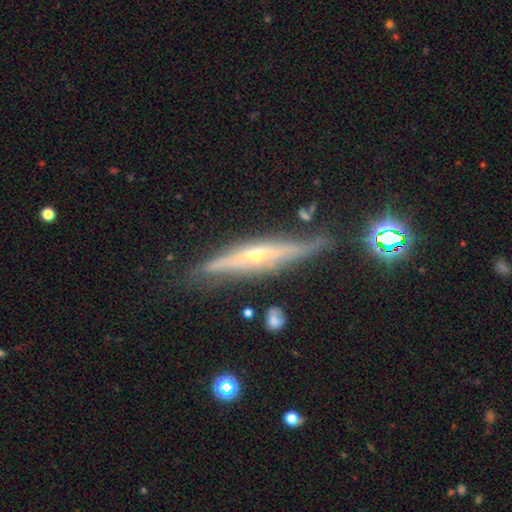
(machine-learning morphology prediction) smooth_or_featured: featured or disk (p=0.79) [alt: smooth p=0.13]
disk_edge_on: yes (p=0.95) [alt: no p=0.05]
edge_on_bulge: rounded (p=0.80) [alt: none p=0.16]
merging: none (p=0.80) [alt: minor disturbance p=0.14]